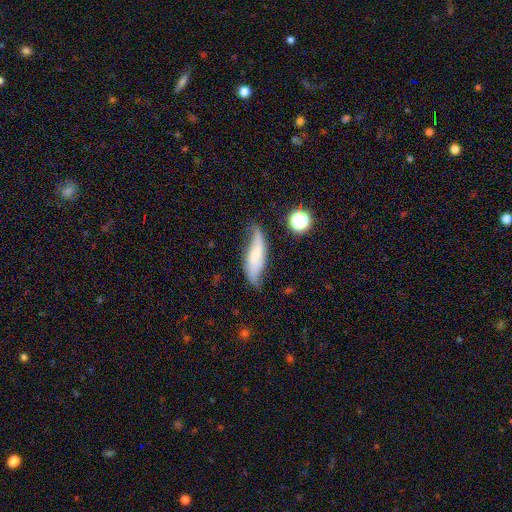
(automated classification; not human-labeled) Smooth or featured? smooth (47%)
Merging? none (52%)